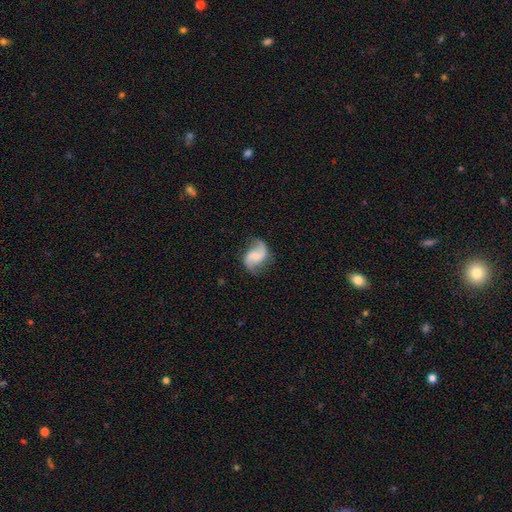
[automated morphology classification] This appears to be a featured or disk galaxy (82%) with no bar (47%), 2 (91%) loose (62%) spiral arms (96%) and no central bulge (35%, tied with small). Merging: none (74%).